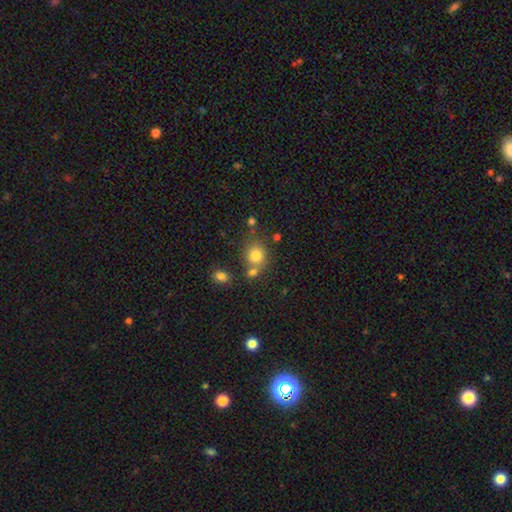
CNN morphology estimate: Smooth or featured? Predicted: smooth (p=0.79). How rounded? Predicted: round (p=0.73). Merging? Predicted: none (p=0.58).